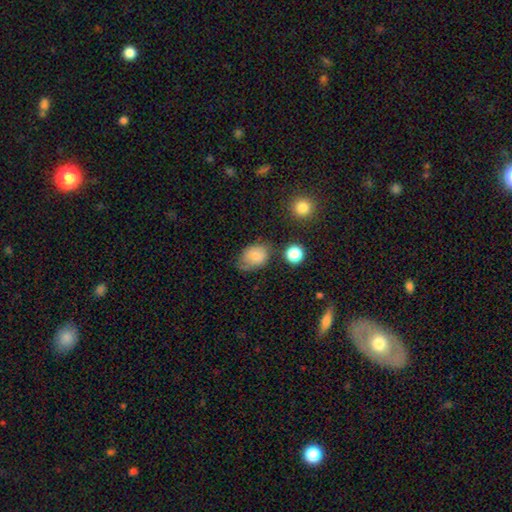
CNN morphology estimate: Q: Smooth or featured?
A: smooth (76%); runner-up: featured or disk (13%)
Q: How rounded?
A: in between (59%); runner-up: round (40%)
Q: Merging?
A: none (56%); runner-up: minor disturbance (30%)